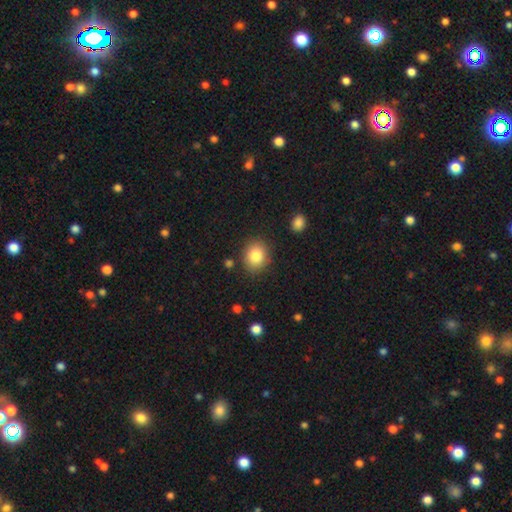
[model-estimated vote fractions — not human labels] This is clearly a smooth galaxy (84%). How rounded: likely round (62%). Merging: clearly none (85%).